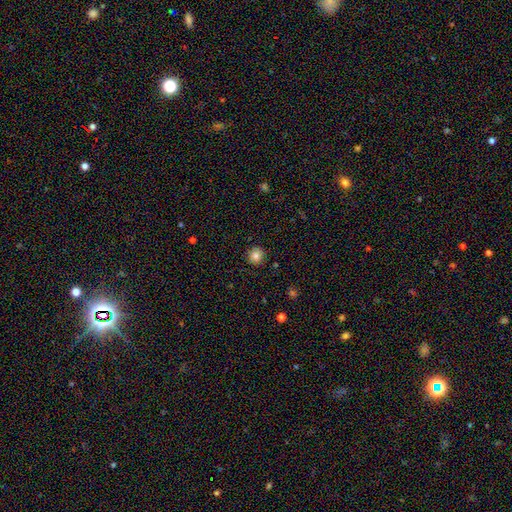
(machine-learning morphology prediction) A smooth galaxy with no disk features (82%) that is round (92%).

Vote fractions:
- Smooth or featured? smooth: 82% / star or artifact: 11% / featured or disk: 7%
- How rounded? round: 92% / in between: 7% / cigar-shaped: 1%
- Merging? none: 89% / minor disturbance: 7% / major disturbance: 2% / merger: 1%